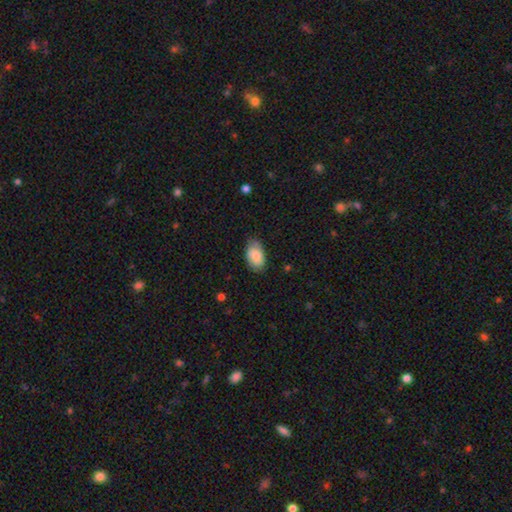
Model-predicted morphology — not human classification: Smooth or featured? smooth (79%)
How rounded? in between (93%)
Merging? none (76%)